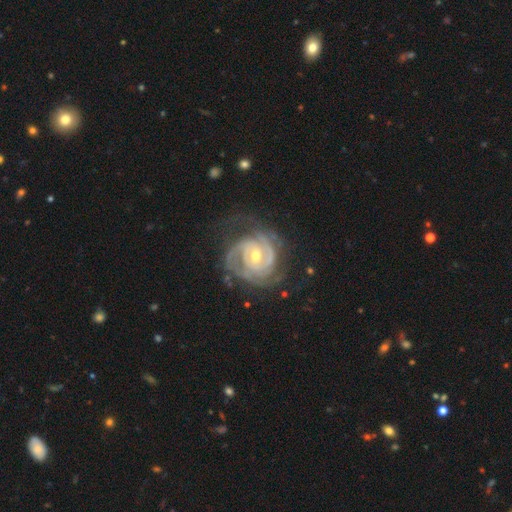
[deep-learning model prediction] The model was most divided on "spiral arm count": 2: 35%, 3: 29%, can't tell: 18%, 4: 8%, 1: 5%, more than 4: 5%. Remaining: edge-on disk — no (98%); spiral arms — yes (98%); smooth or featured — featured or disk (91%); spiral winding — tight (73%); merging — none (65%); bulge size — moderate (63%); bar — no (49%).